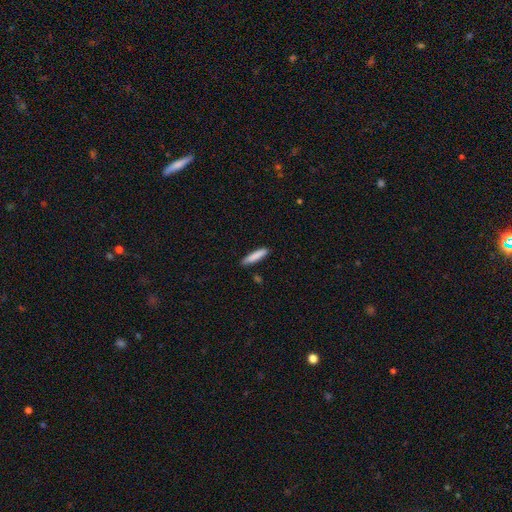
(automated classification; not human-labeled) Smooth or featured?
  - smooth: 85% *
  - featured or disk: 9%
  - star or artifact: 6%
How rounded?
  - cigar-shaped: 86% *
  - in between: 13%
  - round: 1%
Merging?
  - none: 88% *
  - minor disturbance: 8%
  - major disturbance: 2%
  - merger: 2%